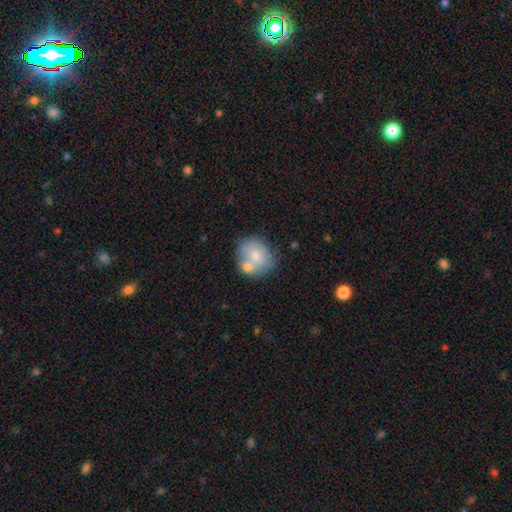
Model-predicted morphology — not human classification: Q: Smooth or featured?
A: smooth (67%); runner-up: featured or disk (26%)
Q: How rounded?
A: round (68%); runner-up: in between (31%)
Q: Merging?
A: merger (40%); runner-up: none (39%)